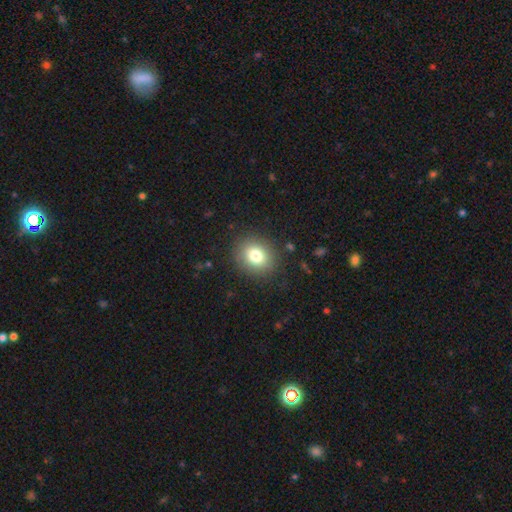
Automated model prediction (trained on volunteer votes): A smooth galaxy with no disk features (79%) that is round (67%). Merging: none (87%).